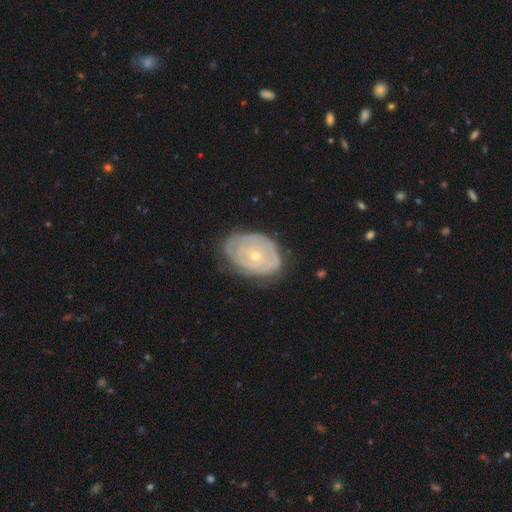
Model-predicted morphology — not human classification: smooth_or_featured: featured or disk (p=0.71) [alt: smooth p=0.23]
disk_edge_on: no (p=0.96) [alt: yes p=0.04]
bar: no (p=0.84) [alt: weak p=0.13]
has_spiral_arms: yes (p=0.68) [alt: no p=0.32]
bulge_size: small (p=0.64) [alt: moderate p=0.33]
merging: none (p=0.68) [alt: minor disturbance p=0.23]